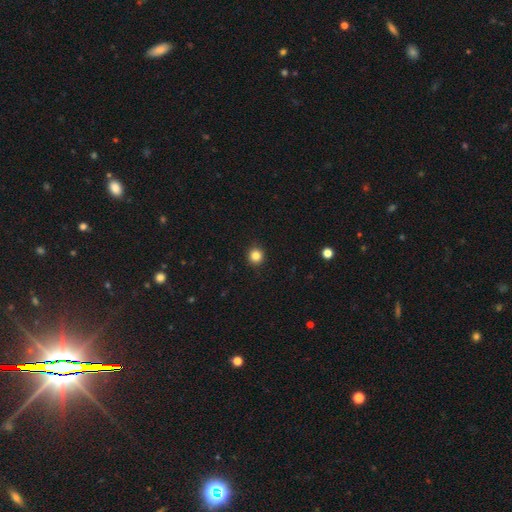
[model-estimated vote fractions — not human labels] This appears to be a smooth galaxy with no disk features (84%) that is round (93%). Merging: none (93%).